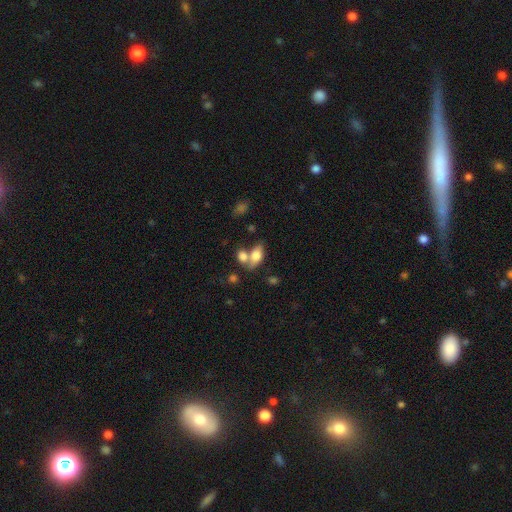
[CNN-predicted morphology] This is likely a smooth galaxy (75%). How rounded: clearly in between (86%). Merging: marginally merger (41%).